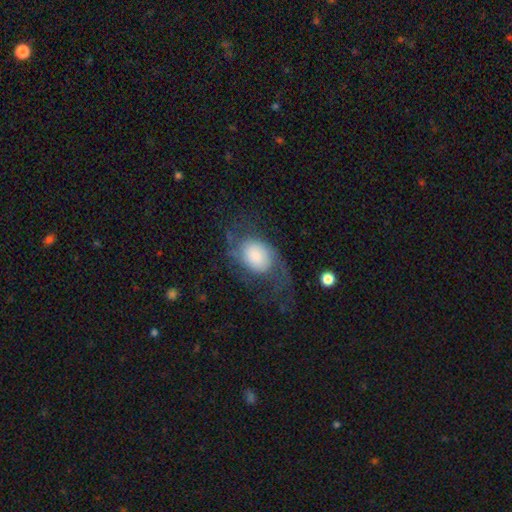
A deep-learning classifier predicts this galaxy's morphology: smooth_or_featured: featured or disk (p=0.49) [alt: smooth p=0.43]
merging: none (p=0.43) [alt: major disturbance p=0.33]